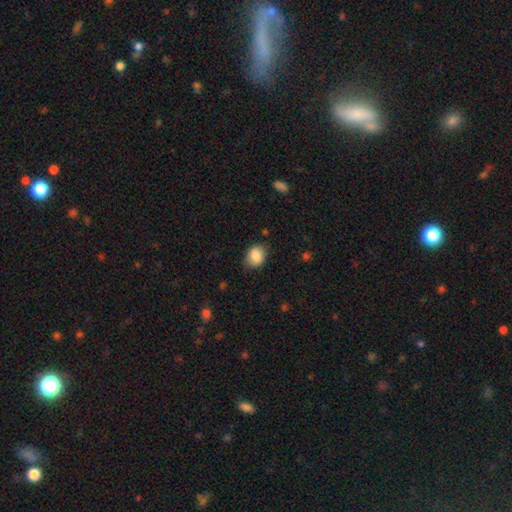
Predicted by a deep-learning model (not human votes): A smooth galaxy with no disk features (84%) that is in between round and cigar-shaped (62%). Merging: none (76%).